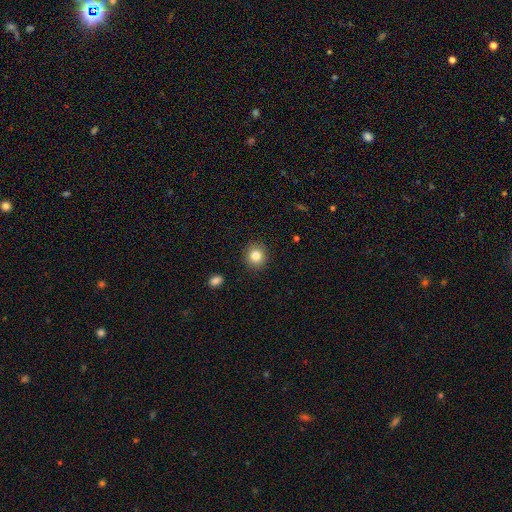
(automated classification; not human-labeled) smooth_or_featured: smooth (p=0.82) [alt: star or artifact p=0.10]
how_rounded: round (p=0.89) [alt: in between p=0.10]
merging: none (p=0.91) [alt: minor disturbance p=0.06]